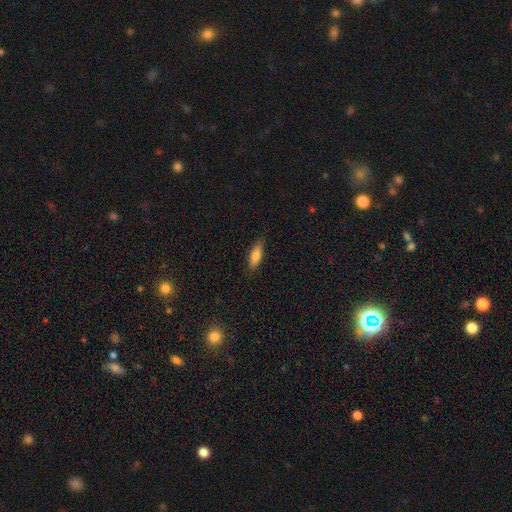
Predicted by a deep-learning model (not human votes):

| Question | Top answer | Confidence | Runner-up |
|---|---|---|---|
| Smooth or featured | smooth | 78% | featured or disk (15%) |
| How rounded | in between | 59% | cigar-shaped (38%) |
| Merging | none | 83% | minor disturbance (14%) |